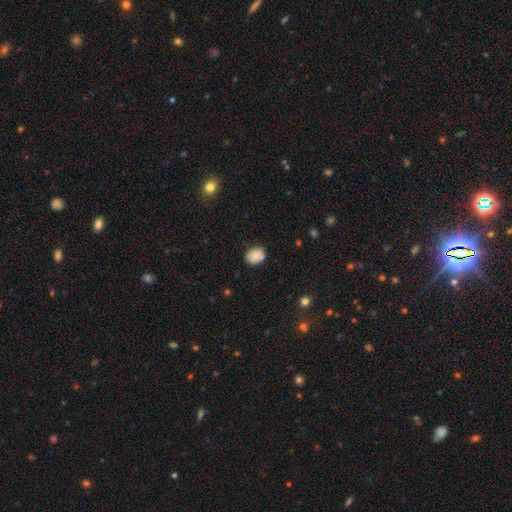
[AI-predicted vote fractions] Q: Smooth or featured?
A: smooth (79%); runner-up: featured or disk (12%)
Q: How rounded?
A: in between (63%); runner-up: round (36%)
Q: Merging?
A: none (67%); runner-up: minor disturbance (22%)